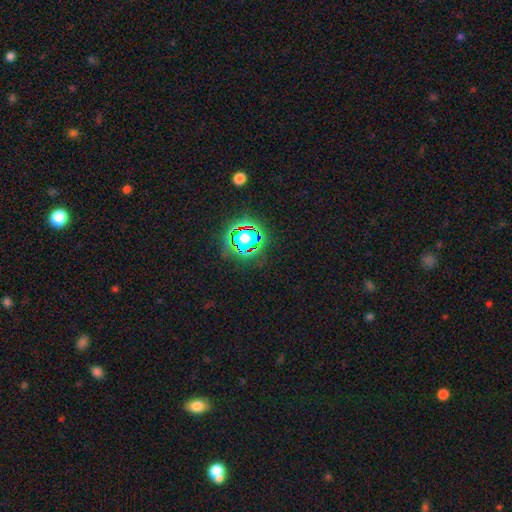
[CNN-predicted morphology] The model was most divided on "smooth or featured": star or artifact: 82%, smooth: 11%, featured or disk: 7%.